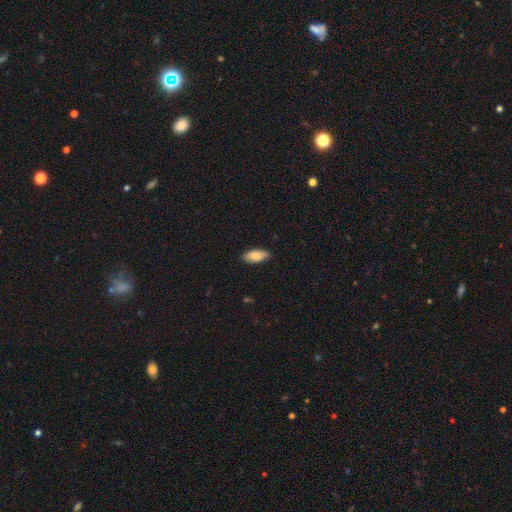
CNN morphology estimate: type=smooth (83%); roundness=in between (86%); merging=none (86%).